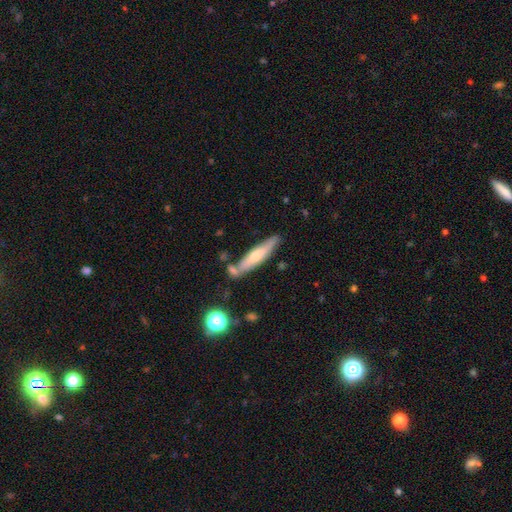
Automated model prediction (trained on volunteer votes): Morphology: type=featured or disk (50%); merging=none (73%).